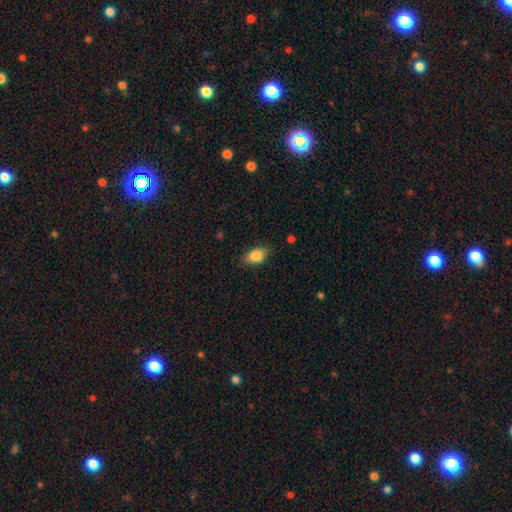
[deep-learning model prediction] Smooth or featured? Predicted: smooth (p=0.87). How rounded? Predicted: in between (p=0.88). Merging? Predicted: none (p=0.79).